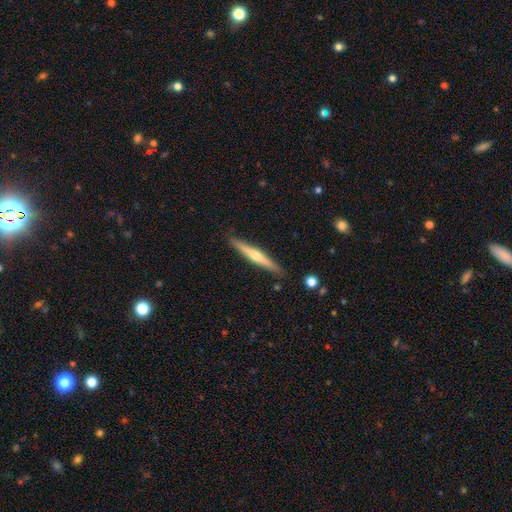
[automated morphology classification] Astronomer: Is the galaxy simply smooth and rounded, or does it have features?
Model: featured or disk — 63%.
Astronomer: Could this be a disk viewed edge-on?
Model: yes — 97%.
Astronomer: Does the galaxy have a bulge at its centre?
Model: rounded — 85%.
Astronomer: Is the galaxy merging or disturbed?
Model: none — 89%.